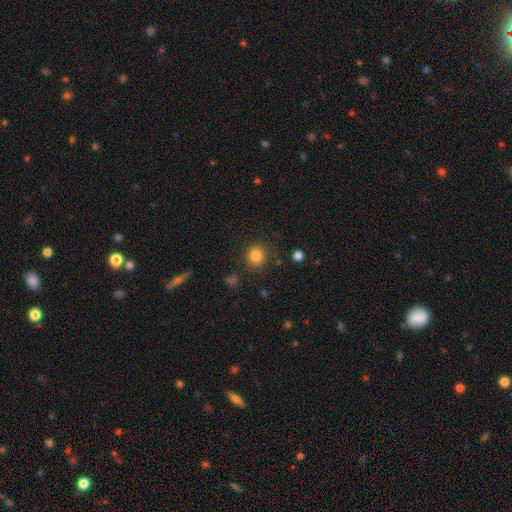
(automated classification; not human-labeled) smooth 84%, star or artifact 11%, featured or disk 5%. Down the decision tree: how rounded — round (87%); merging — none (83%).